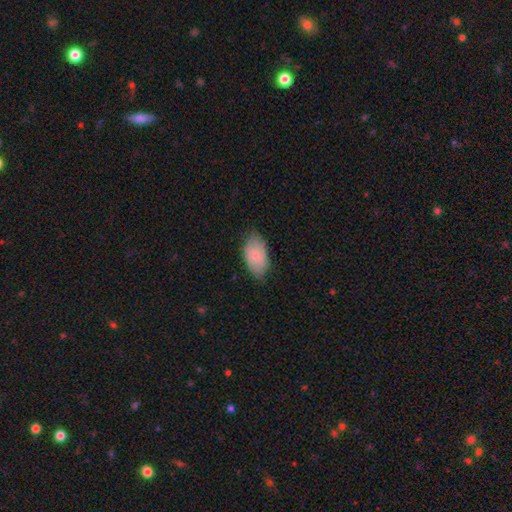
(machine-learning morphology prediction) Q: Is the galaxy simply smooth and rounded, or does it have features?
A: smooth — 77%.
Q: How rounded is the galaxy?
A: in between — 94%.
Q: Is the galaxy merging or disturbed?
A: none — 73%.